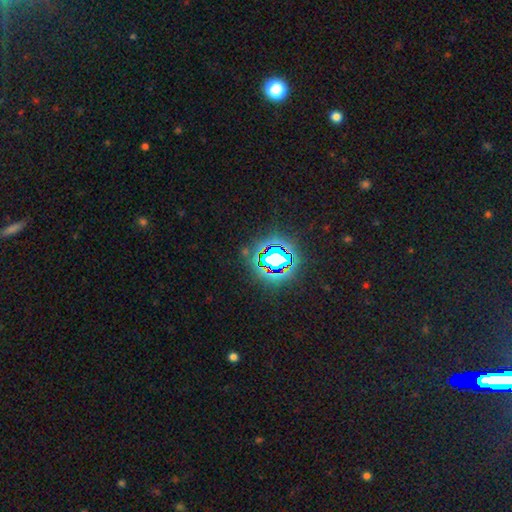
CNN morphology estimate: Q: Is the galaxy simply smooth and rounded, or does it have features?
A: star or artifact — 82%.